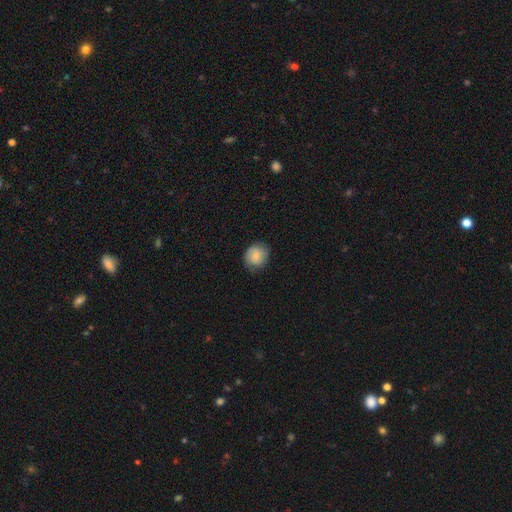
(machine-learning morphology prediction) This is likely a smooth galaxy (70%). How rounded: likely round (75%). Merging: likely none (67%).